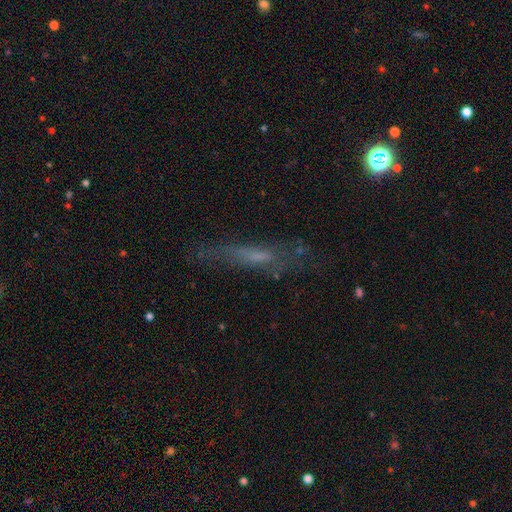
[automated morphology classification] Smooth or featured? featured or disk (43%)
Merging? none (61%)